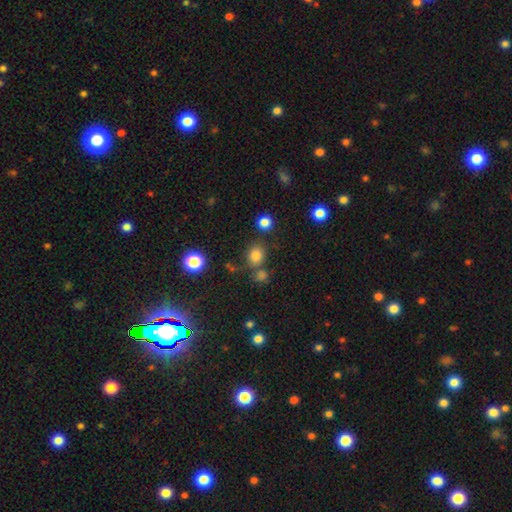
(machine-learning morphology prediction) Overall: smooth (78%). How rounded: round (69%; in between 30%). Merging: none (71%).